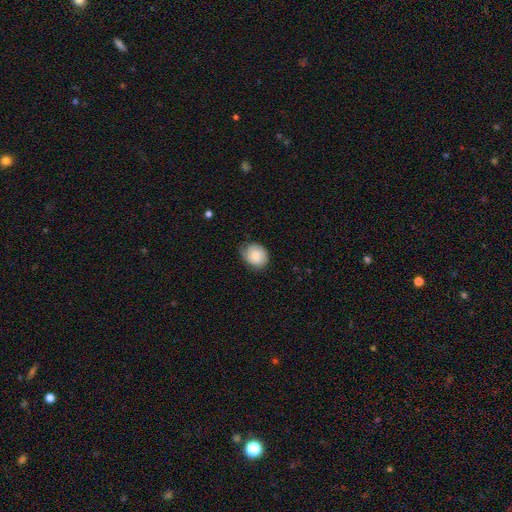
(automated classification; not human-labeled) Smooth or featured? Predicted: smooth (p=0.72). How rounded? Predicted: round (p=0.63). Merging? Predicted: none (p=0.58).